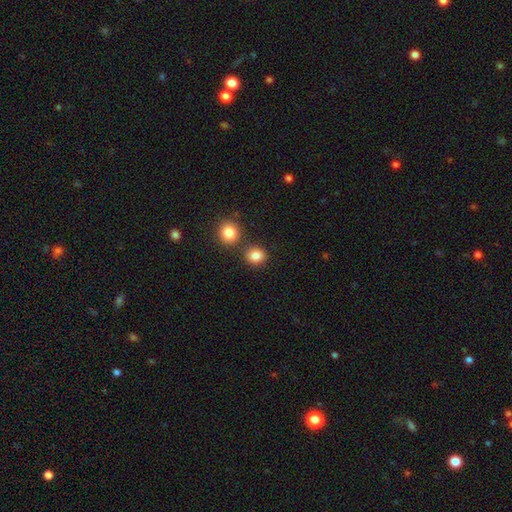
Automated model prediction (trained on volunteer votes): Q: Smooth or featured?
A: smooth (85%); runner-up: star or artifact (11%)
Q: How rounded?
A: round (78%); runner-up: in between (21%)
Q: Merging?
A: none (75%); runner-up: merger (13%)